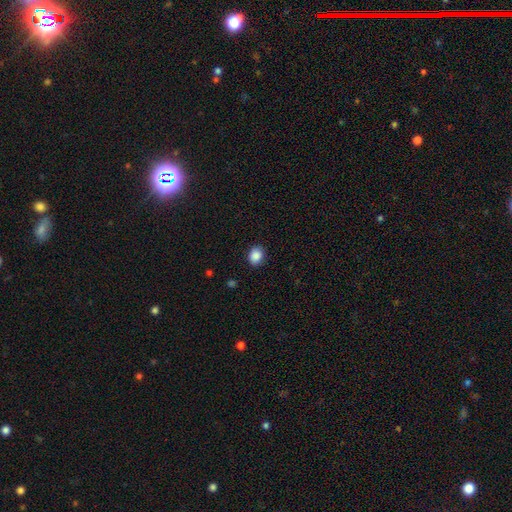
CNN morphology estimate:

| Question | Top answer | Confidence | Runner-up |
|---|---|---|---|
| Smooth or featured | smooth | 88% | star or artifact (9%) |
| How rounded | round | 50% | in between (49%) |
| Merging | none | 88% | minor disturbance (9%) |